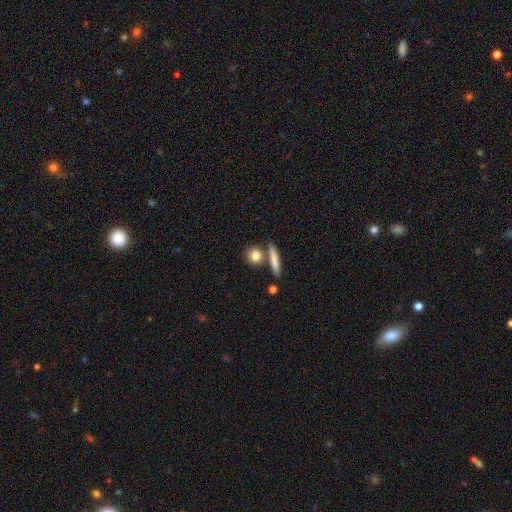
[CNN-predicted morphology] smooth-or-featured: smooth: 82% | featured or disk: 10% | star or artifact: 7%
  how-rounded: round: 71% | in between: 17% | cigar-shaped: 13%
  merging: none: 73% | merger: 15% | minor disturbance: 9% | major disturbance: 3%